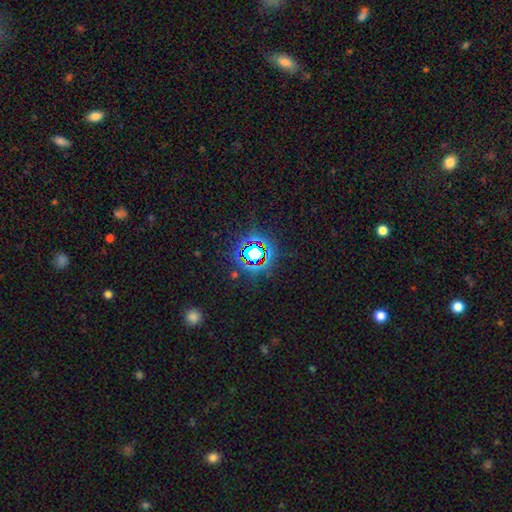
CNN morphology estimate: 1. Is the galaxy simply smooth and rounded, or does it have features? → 73% star or artifact, 16% smooth, 11% featured or disk.